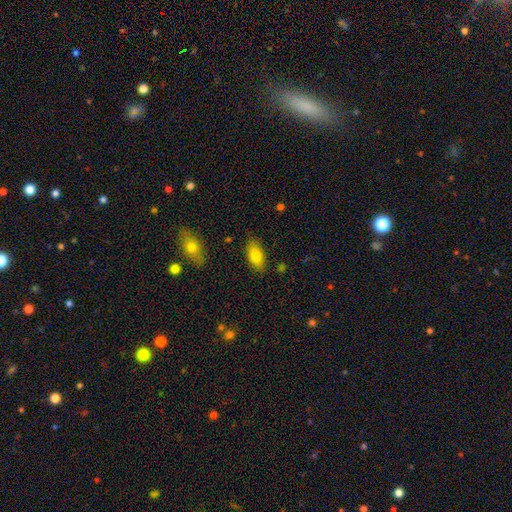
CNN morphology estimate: Smooth or featured: smooth — 80% (featured or disk — 13%)
How rounded: in between — 89% (cigar-shaped — 7%)
Merging: none — 84% (minor disturbance — 12%)